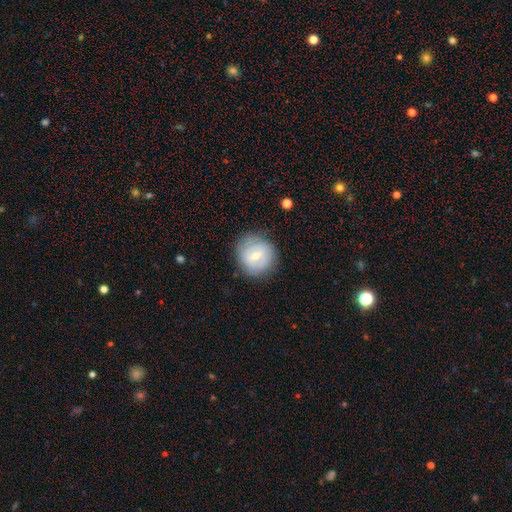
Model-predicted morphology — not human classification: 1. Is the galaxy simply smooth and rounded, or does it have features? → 47% smooth, 46% featured or disk, 7% star or artifact.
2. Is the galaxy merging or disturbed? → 80% none, 14% minor disturbance, 5% major disturbance, 1% merger.